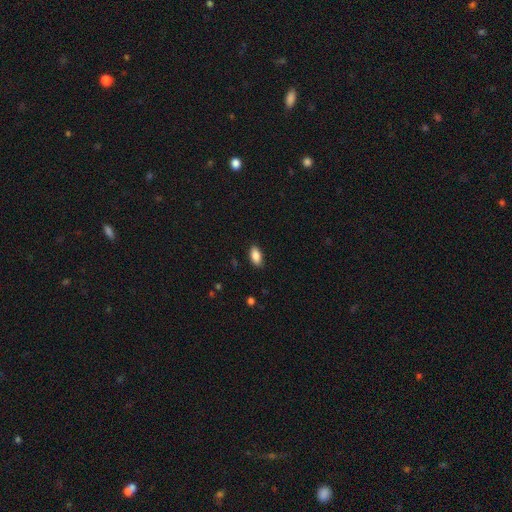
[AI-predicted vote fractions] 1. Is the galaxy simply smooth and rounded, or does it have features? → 88% smooth, 7% star or artifact, 5% featured or disk.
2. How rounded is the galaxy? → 91% in between, 5% cigar-shaped, 4% round.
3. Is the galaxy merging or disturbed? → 87% none, 10% minor disturbance, 2% major disturbance, 1% merger.